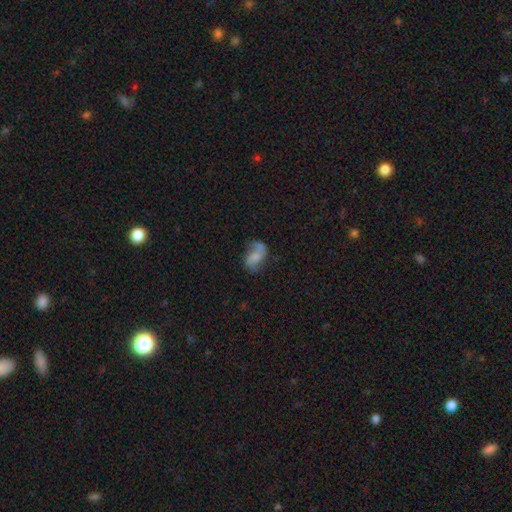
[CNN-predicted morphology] type=featured or disk (72%); edge-on=no (97%); bar=no (53%); spiral arms=yes (94%); winding=loose (59%); arm count=2 (89%); bulge=none (36%); merging=none (68%).